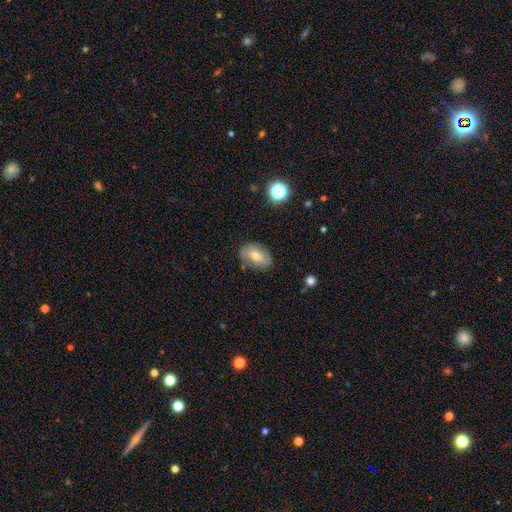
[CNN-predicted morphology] type=smooth (56%); roundness=in between (82%); merging=none (72%).